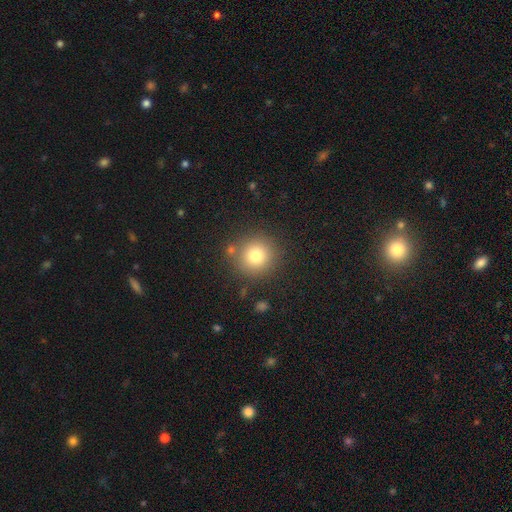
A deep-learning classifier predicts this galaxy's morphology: A smooth galaxy with no disk features (78%) that is round (93%). Merging: none (84%).